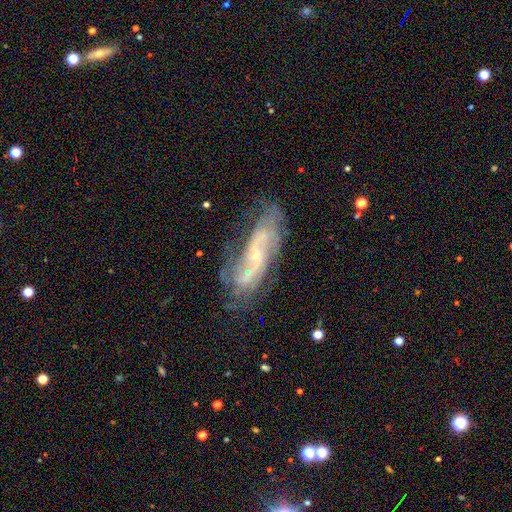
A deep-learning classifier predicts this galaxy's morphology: smooth-or-featured: featured or disk: 79% | smooth: 12% | star or artifact: 9%
  disk-edge-on: no: 88% | yes: 12%
    bar: no: 53% | weak: 34% | strong: 13%
    has-spiral-arms: yes: 86% | no: 14%
      spiral-winding: medium: 41% | tight: 33% | loose: 26%
      spiral-arm-count: 2: 44% | can't tell: 33% | 3: 10% | 4: 5% | 1: 5% | more than 4: 4%
    bulge-size: small: 78% | moderate: 15% | none: 4% | large: 1% | dominant: 1%
  merging: none: 59% | minor disturbance: 21% | major disturbance: 13% | merger: 7%